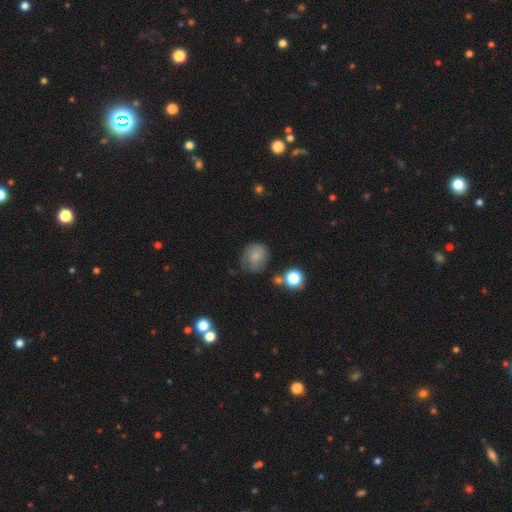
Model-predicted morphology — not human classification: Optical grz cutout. It shows a smooth galaxy with no disk features (69%) that is round (77%). Merging: none (58%).